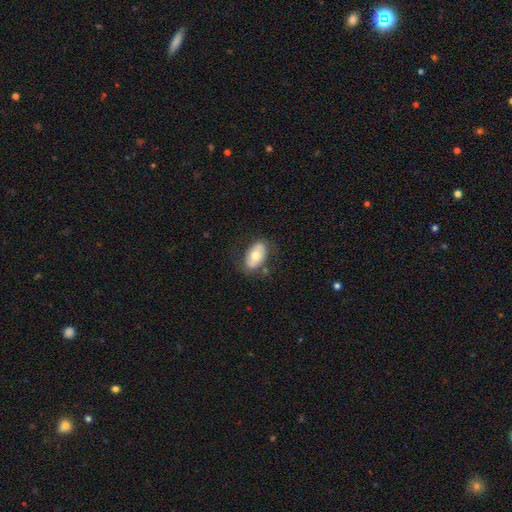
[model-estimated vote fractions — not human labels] A smooth galaxy with no disk features (60%) that is in between round and cigar-shaped (91%).

Vote fractions:
- Smooth or featured? smooth: 60% / featured or disk: 34% / star or artifact: 7%
- How rounded? in between: 91% / round: 8% / cigar-shaped: 2%
- Merging? none: 74% / minor disturbance: 18% / major disturbance: 6% / merger: 3%